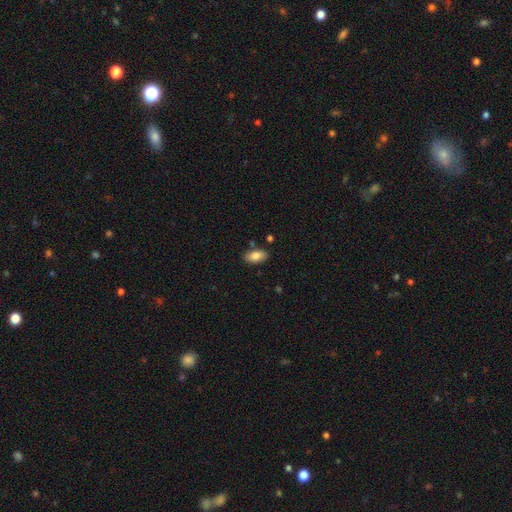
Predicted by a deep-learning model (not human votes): smooth_or_featured: smooth (p=0.82) [alt: featured or disk p=0.11]
how_rounded: in between (p=0.92) [alt: cigar-shaped p=0.05]
merging: none (p=0.83) [alt: minor disturbance p=0.11]